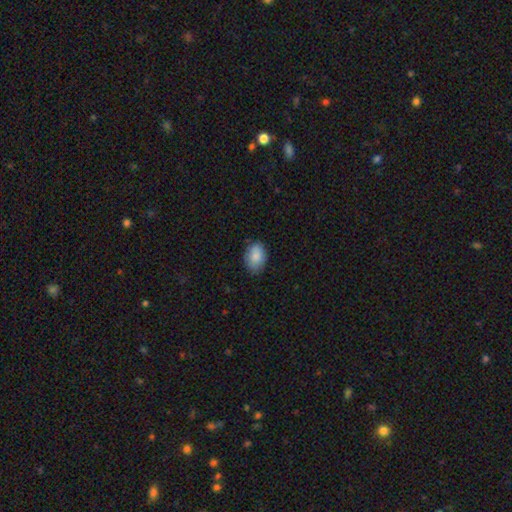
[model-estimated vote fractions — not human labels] smooth 86%, featured or disk 8%, star or artifact 7%. Down the decision tree: how rounded — in between (83%); merging — none (77%).